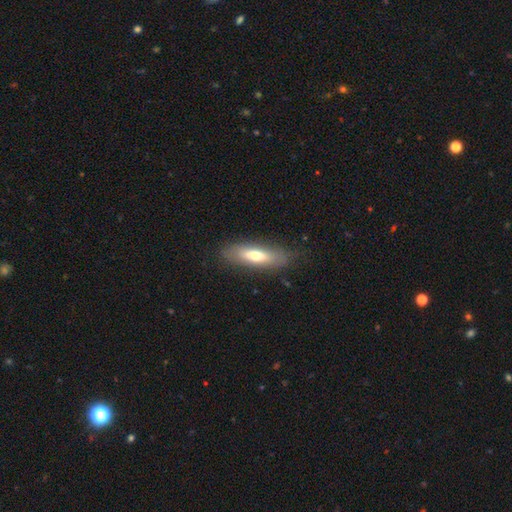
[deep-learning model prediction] Smooth or featured? smooth (62%)
How rounded? cigar-shaped (51%)
Merging? none (81%)